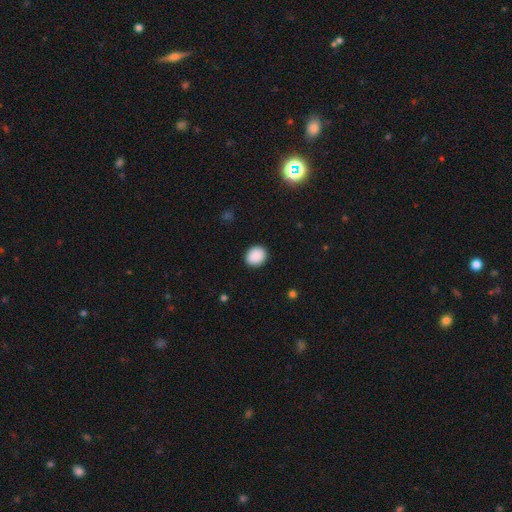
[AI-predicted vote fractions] This appears to be a smooth galaxy with no disk features (90%) that is round (62%). Merging: none (90%).